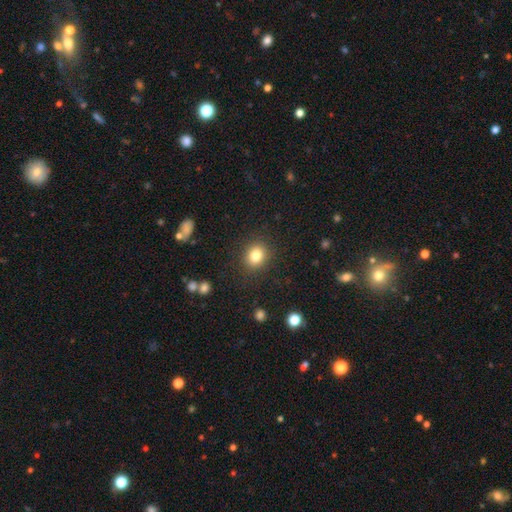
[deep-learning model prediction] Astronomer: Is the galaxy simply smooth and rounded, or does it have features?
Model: smooth — 83%.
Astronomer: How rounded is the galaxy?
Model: round — 72%.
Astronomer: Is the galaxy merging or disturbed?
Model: none — 87%.